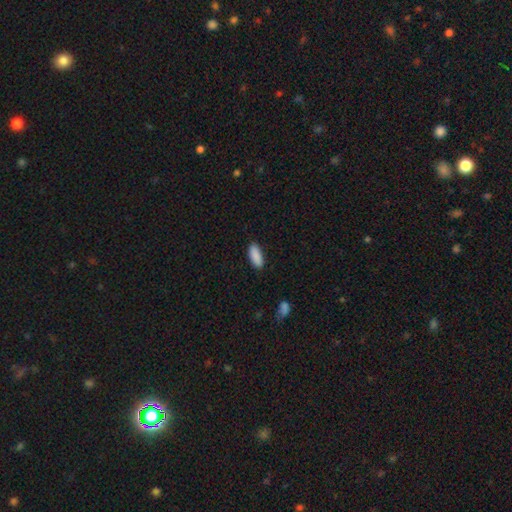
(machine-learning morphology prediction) Smooth or featured: smooth — 90% (star or artifact — 6%)
How rounded: in between — 80% (cigar-shaped — 18%)
Merging: none — 88% (minor disturbance — 9%)